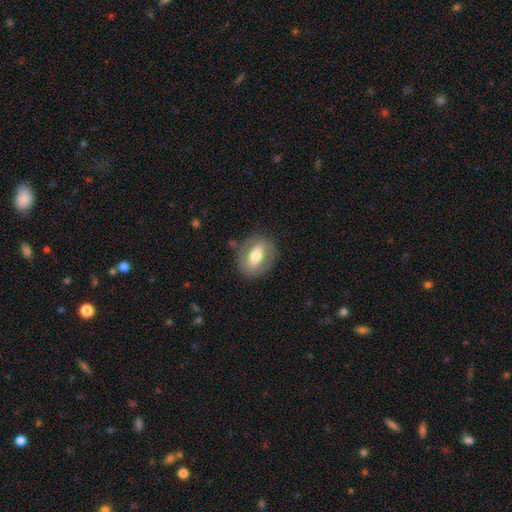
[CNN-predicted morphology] A featured or disk galaxy (48%). Merging: none (78%).